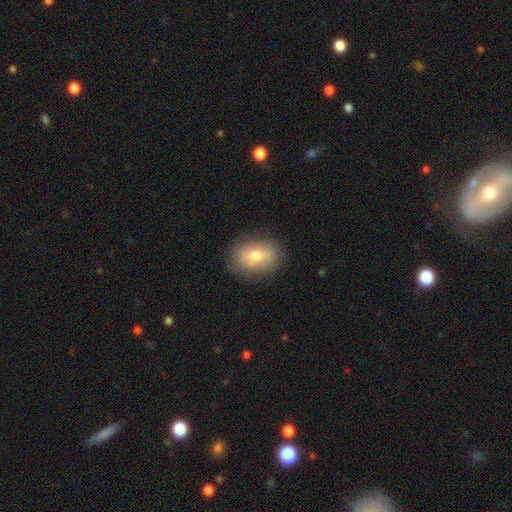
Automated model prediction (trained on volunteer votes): smooth_or_featured: smooth (p=0.69) [alt: featured or disk p=0.23]
how_rounded: in between (p=0.68) [alt: round p=0.30]
merging: none (p=0.82) [alt: minor disturbance p=0.13]